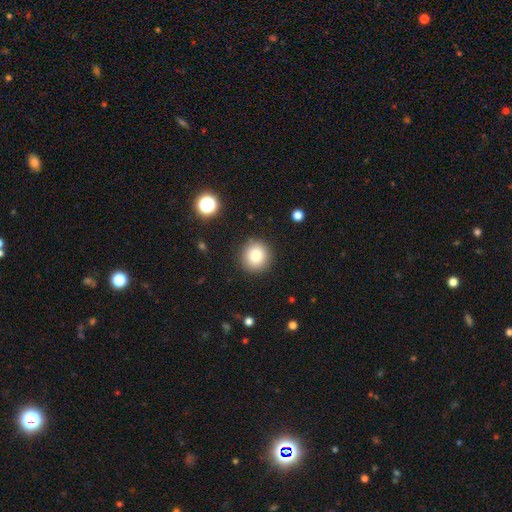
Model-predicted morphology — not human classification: This appears to be a smooth galaxy with no disk features (81%) that is round (93%). Merging: none (90%).